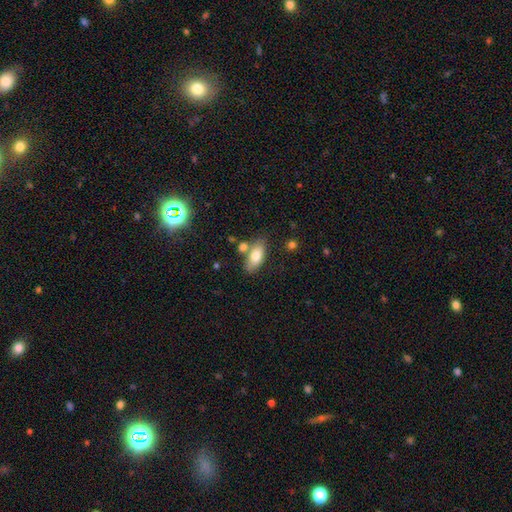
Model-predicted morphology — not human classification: Smooth or featured? smooth (76%)
How rounded? in between (87%)
Merging? none (67%)